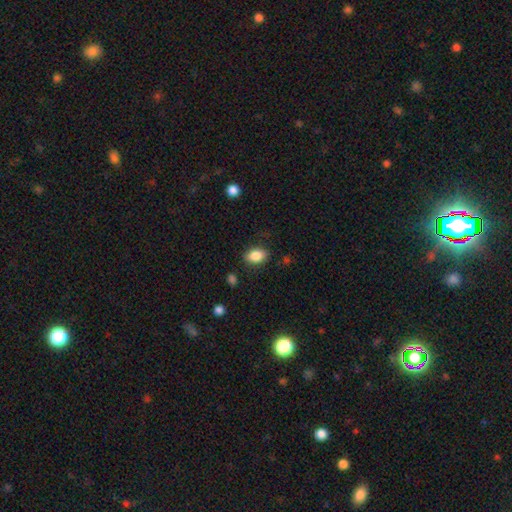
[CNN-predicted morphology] Smooth or featured: smooth — 85% (star or artifact — 8%)
How rounded: in between — 86% (round — 12%)
Merging: none — 84% (minor disturbance — 11%)